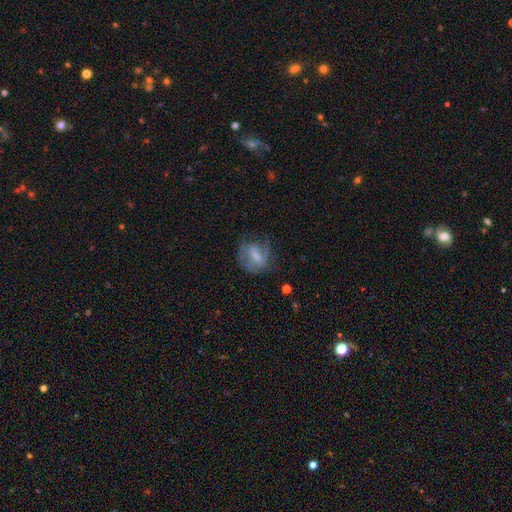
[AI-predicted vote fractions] Smooth or featured: featured or disk — 50% (smooth — 41%)
Merging: none — 49% (minor disturbance — 25%)